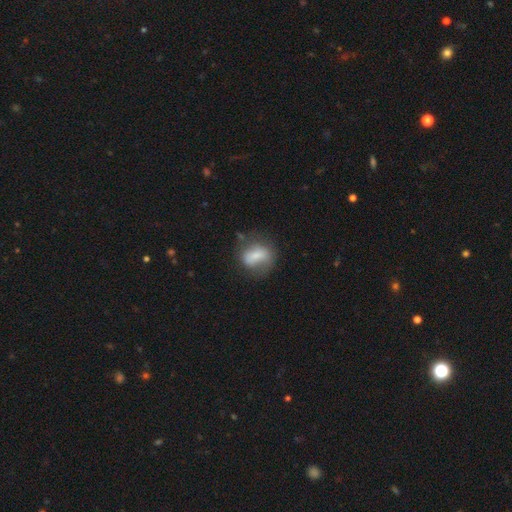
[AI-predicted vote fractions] Smooth or featured? smooth (67%)
How rounded? in between (60%)
Merging? none (48%)